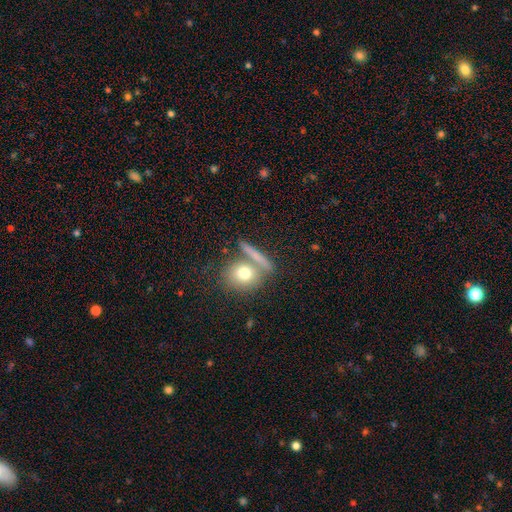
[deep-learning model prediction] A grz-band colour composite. It shows a smooth galaxy with no disk features (68%) that is round (51%). Merging: none (61%).